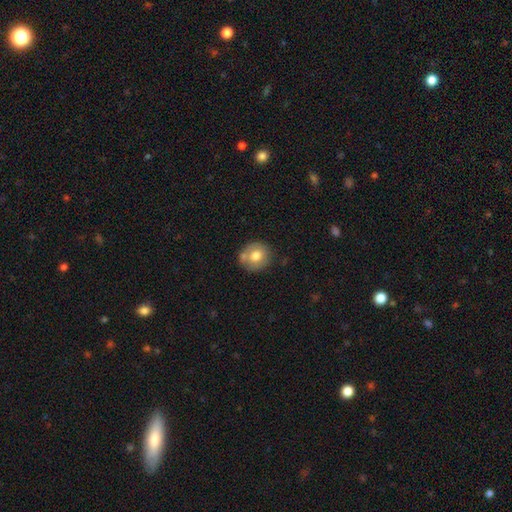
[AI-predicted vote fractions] Smooth or featured? Predicted: smooth (p=0.70). How rounded? Predicted: round (p=0.84). Merging? Predicted: none (p=0.65).